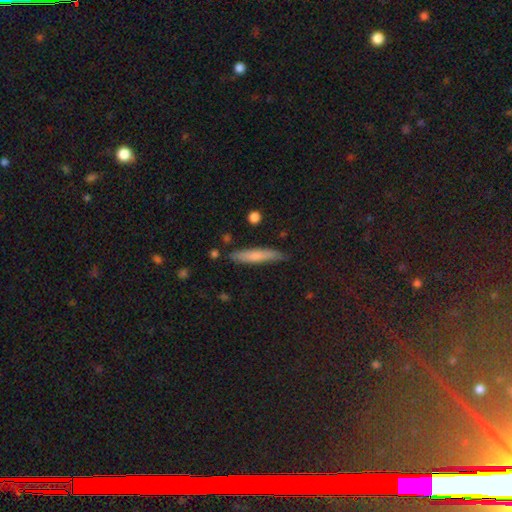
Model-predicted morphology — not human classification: A smooth galaxy with no disk features (68%) that is cigar-shaped (89%).

Vote fractions:
- Smooth or featured? smooth: 68% / featured or disk: 25% / star or artifact: 7%
- How rounded? cigar-shaped: 89% / in between: 10% / round: 2%
- Merging? none: 80% / minor disturbance: 15% / merger: 3% / major disturbance: 3%